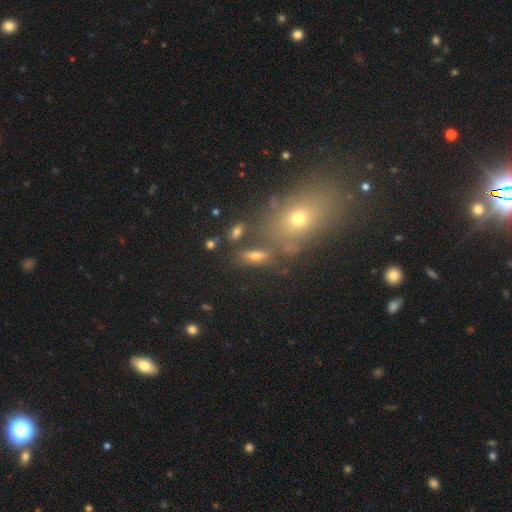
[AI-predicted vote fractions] Overall: smooth (48%; featured or disk 27%). Merging: none (63%).